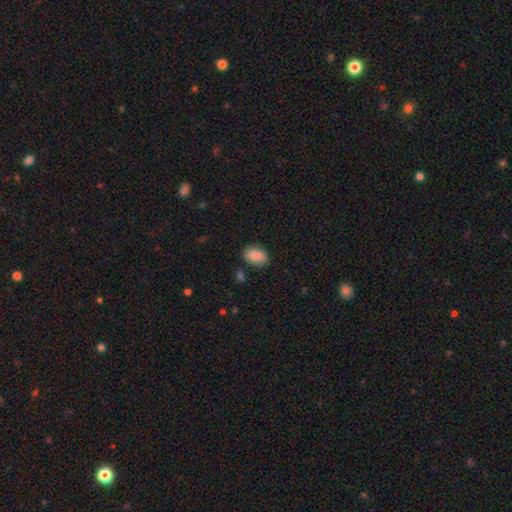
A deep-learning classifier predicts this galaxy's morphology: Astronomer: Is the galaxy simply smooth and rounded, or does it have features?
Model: smooth — 86%.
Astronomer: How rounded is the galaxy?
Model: in between — 87%.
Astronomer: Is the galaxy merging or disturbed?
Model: none — 77%.